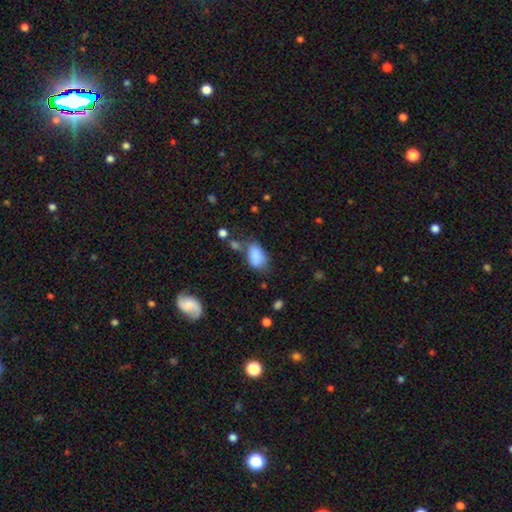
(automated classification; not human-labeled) Smooth or featured? smooth (82%)
How rounded? in between (89%)
Merging? none (39%)